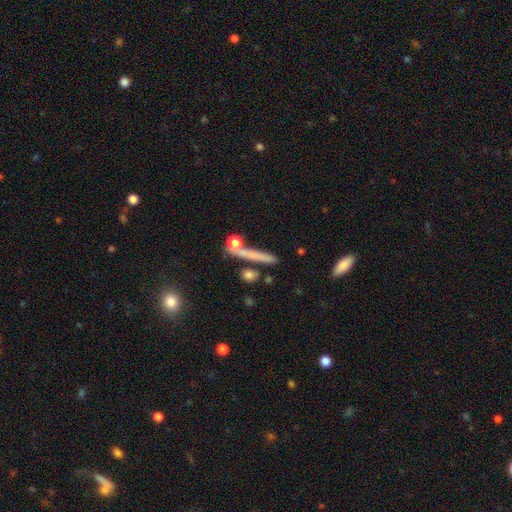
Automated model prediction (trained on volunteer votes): Smooth or featured? smooth (64%)
How rounded? cigar-shaped (83%)
Merging? none (71%)